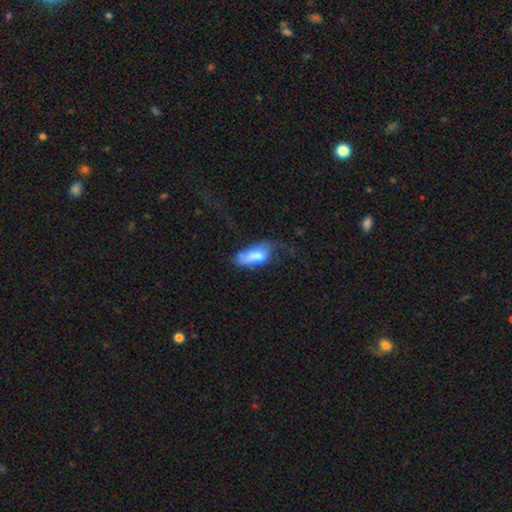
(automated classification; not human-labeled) A smooth galaxy with no disk features (68%) that is in between round and cigar-shaped (84%).

Vote fractions:
- Smooth or featured? smooth: 68% / featured or disk: 25% / star or artifact: 7%
- How rounded? in between: 84% / cigar-shaped: 13% / round: 3%
- Merging? major disturbance: 37% / minor disturbance: 29% / none: 27% / merger: 7%